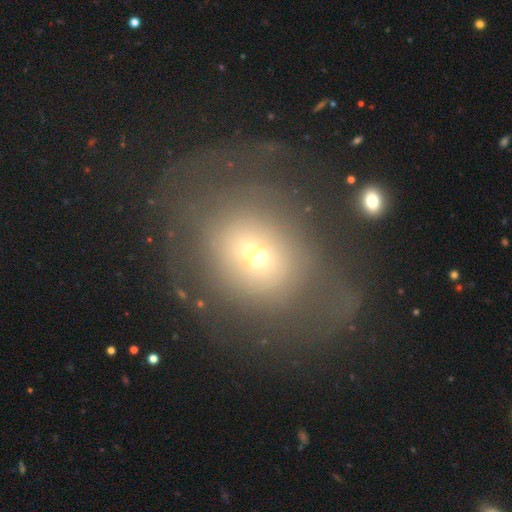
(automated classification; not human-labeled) smooth_or_featured: smooth (p=0.46) [alt: featured or disk p=0.38]
merging: none (p=0.49) [alt: major disturbance p=0.28]